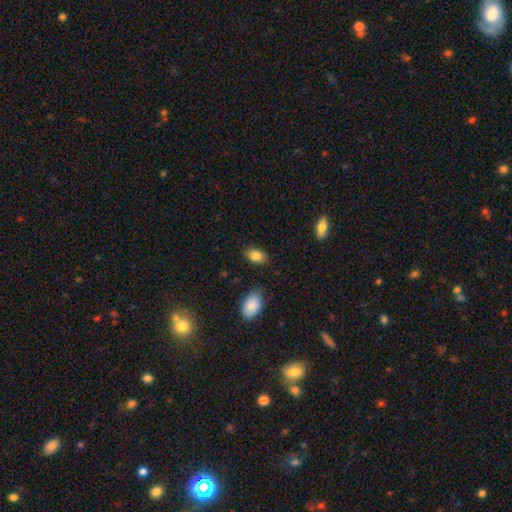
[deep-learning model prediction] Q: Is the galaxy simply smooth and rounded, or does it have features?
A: smooth — 84%.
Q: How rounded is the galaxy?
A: in between — 89%.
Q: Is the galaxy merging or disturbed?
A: none — 84%.